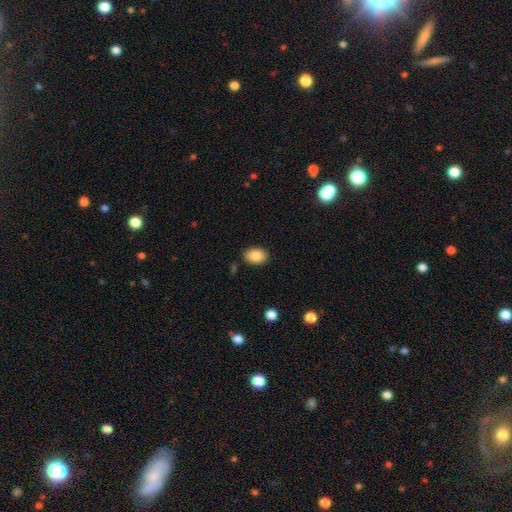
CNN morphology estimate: This is clearly a smooth galaxy (86%). How rounded: clearly in between (81%). Merging: clearly none (86%).